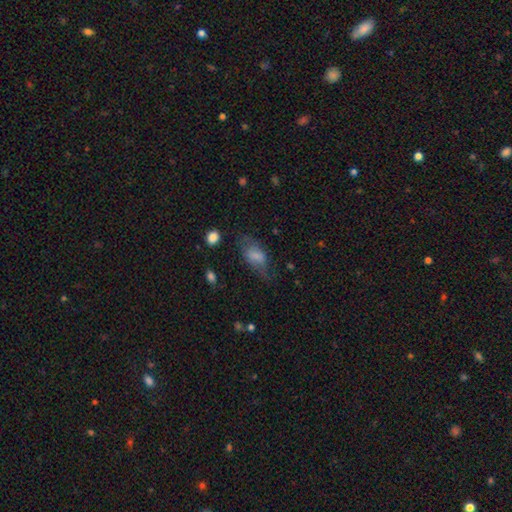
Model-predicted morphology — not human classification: type=smooth (67%); roundness=in between (87%); merging=none (45%).